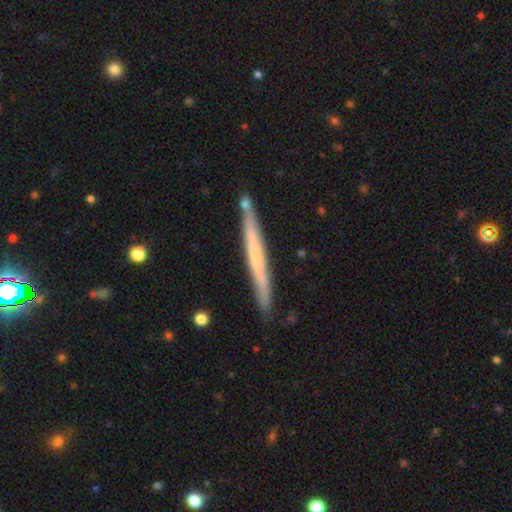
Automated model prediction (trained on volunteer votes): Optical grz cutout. It shows a featured or disk galaxy (49%). Merging: none (84%).